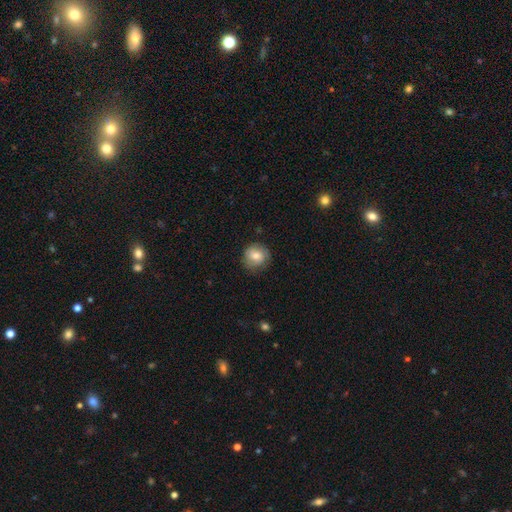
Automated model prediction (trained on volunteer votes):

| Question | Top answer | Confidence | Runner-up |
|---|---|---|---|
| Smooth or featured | smooth | 65% | featured or disk (26%) |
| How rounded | round | 87% | in between (12%) |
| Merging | none | 77% | minor disturbance (17%) |